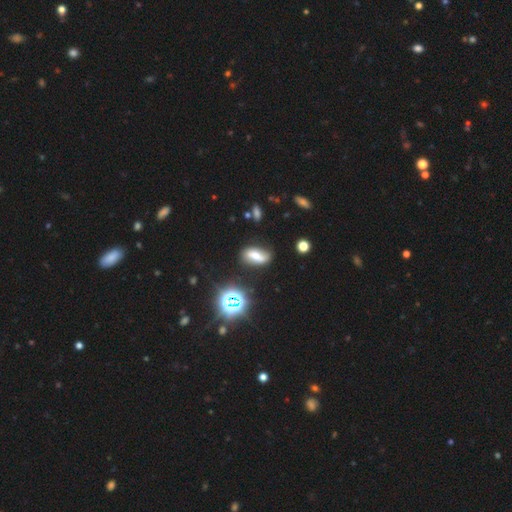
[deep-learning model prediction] Smooth or featured?
  - smooth: 41% *
  - featured or disk: 40%
  - star or artifact: 19%
Merging?
  - none: 69% *
  - minor disturbance: 20%
  - major disturbance: 7%
  - merger: 4%